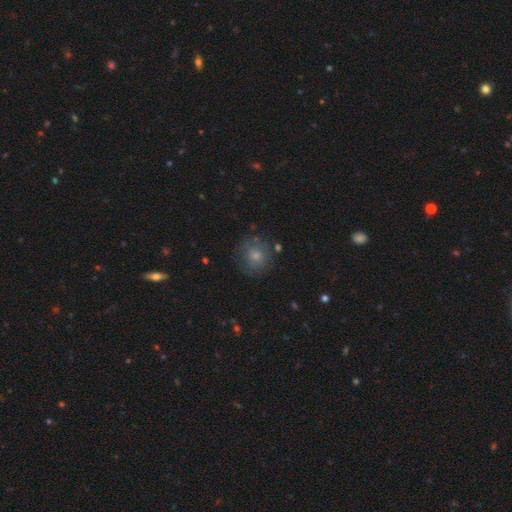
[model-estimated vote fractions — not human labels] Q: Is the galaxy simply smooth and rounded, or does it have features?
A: smooth — 66%.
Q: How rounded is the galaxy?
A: round — 87%.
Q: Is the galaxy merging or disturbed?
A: none — 71%.